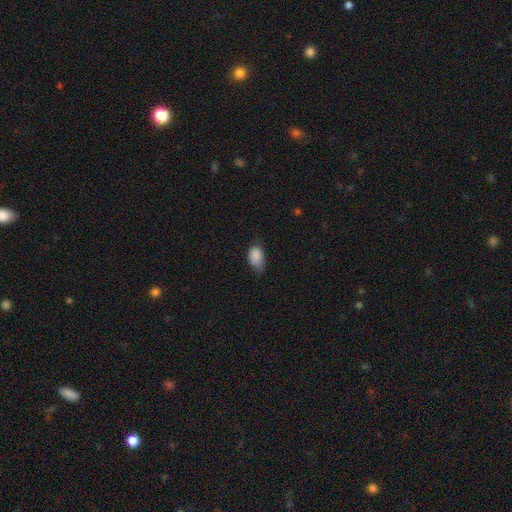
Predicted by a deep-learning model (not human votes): Q: Smooth or featured?
A: smooth (87%); runner-up: star or artifact (8%)
Q: How rounded?
A: in between (88%); runner-up: round (11%)
Q: Merging?
A: none (48%); runner-up: minor disturbance (40%)